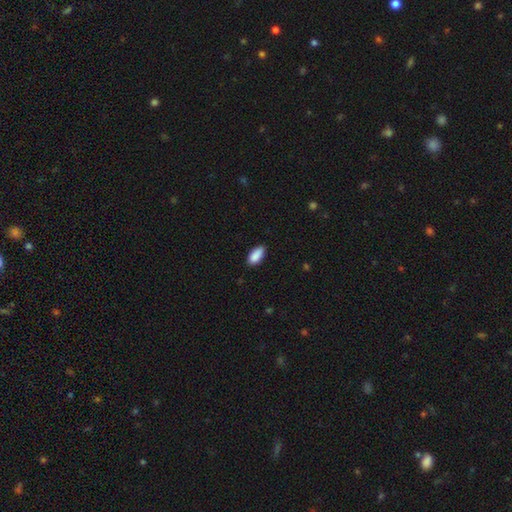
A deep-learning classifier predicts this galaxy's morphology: smooth_or_featured: smooth (p=0.90) [alt: star or artifact p=0.06]
how_rounded: in between (p=0.91) [alt: cigar-shaped p=0.08]
merging: none (p=0.83) [alt: minor disturbance p=0.14]